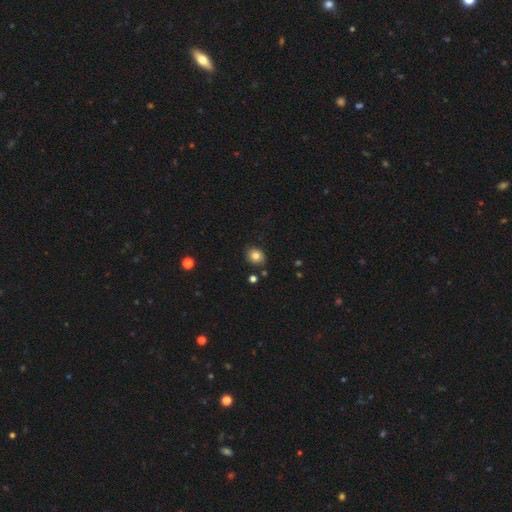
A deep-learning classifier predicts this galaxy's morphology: This appears to be a smooth galaxy with no disk features (81%) that is round (69%). Merging: none (82%).